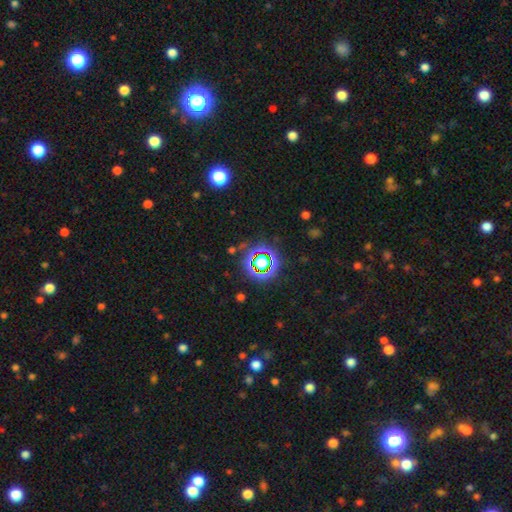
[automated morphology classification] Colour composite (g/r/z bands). It shows a star or artifact, not a galaxy (77%).